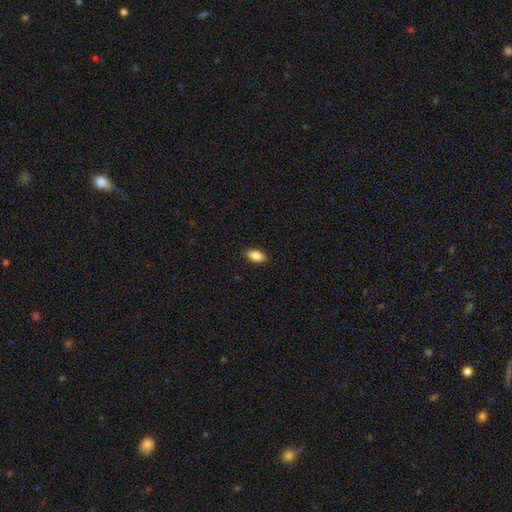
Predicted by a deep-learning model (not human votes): smooth-or-featured: smooth: 87% | star or artifact: 7% | featured or disk: 6%
  how-rounded: in between: 89% | cigar-shaped: 8% | round: 3%
  merging: none: 89% | minor disturbance: 8% | major disturbance: 2% | merger: 1%